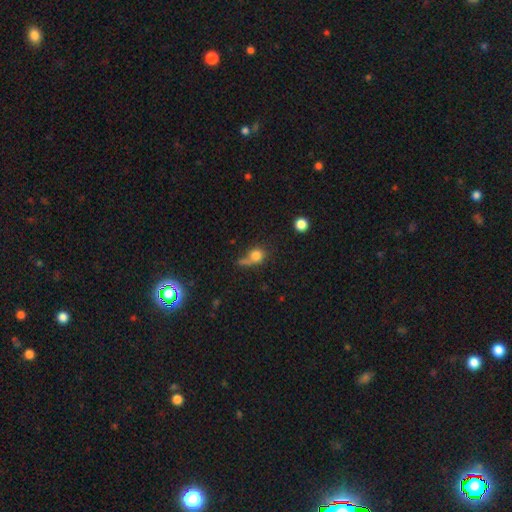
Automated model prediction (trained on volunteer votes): Overall: smooth (77%). How rounded: round (75%). Merging: none (39%; major disturbance 22%).